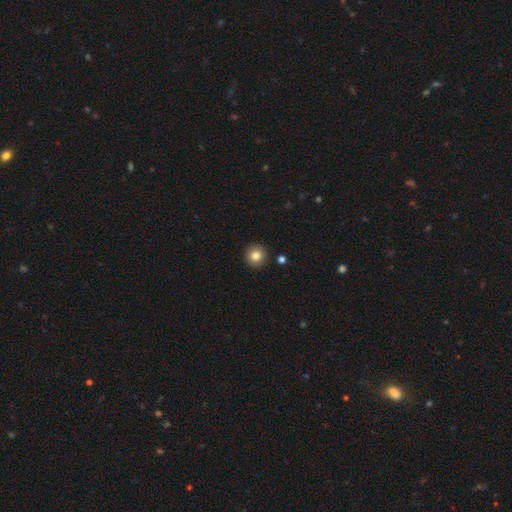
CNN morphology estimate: This is clearly a smooth galaxy (83%). How rounded: clearly round (95%). Merging: clearly none (92%).